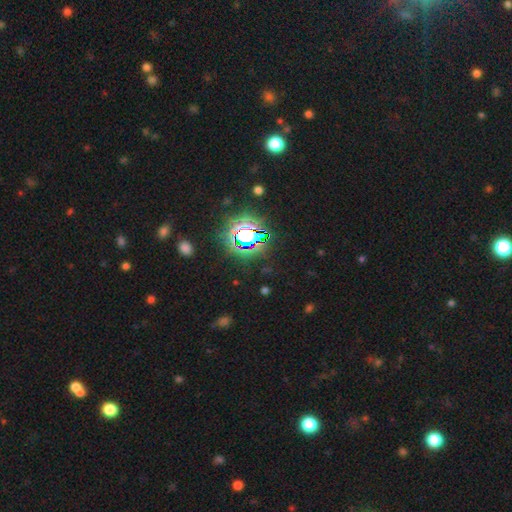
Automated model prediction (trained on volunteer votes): Morphology: type=star or artifact (81%).